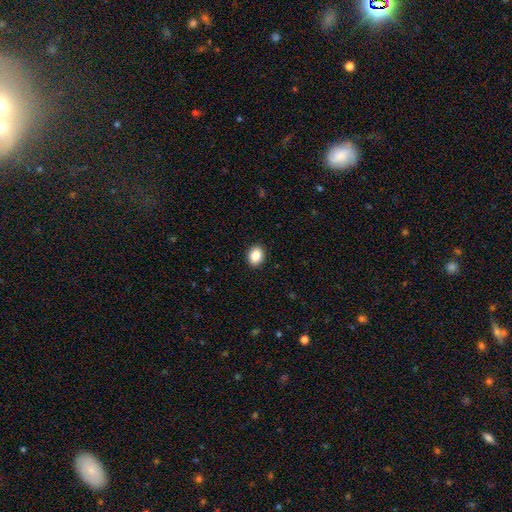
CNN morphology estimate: Q: Smooth or featured?
A: smooth (87%); runner-up: star or artifact (9%)
Q: How rounded?
A: in between (58%); runner-up: round (41%)
Q: Merging?
A: none (92%); runner-up: minor disturbance (6%)